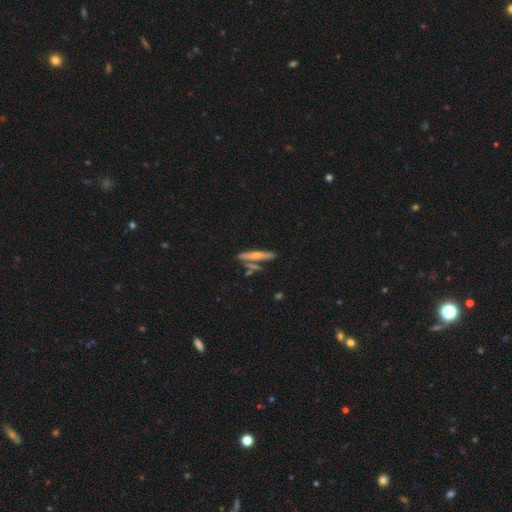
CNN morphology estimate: Q: Smooth or featured?
A: smooth (57%); runner-up: featured or disk (35%)
Q: How rounded?
A: cigar-shaped (86%); runner-up: in between (11%)
Q: Merging?
A: none (66%); runner-up: merger (18%)